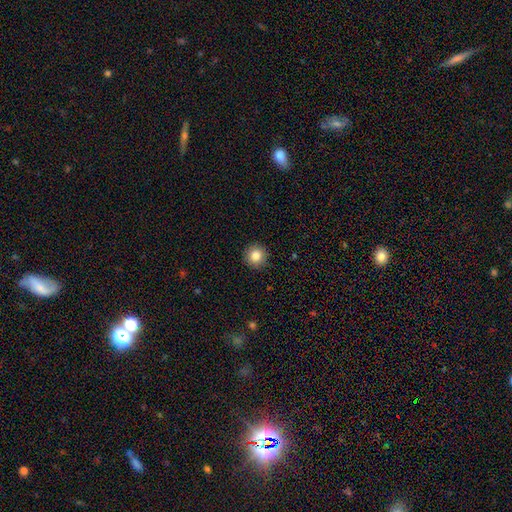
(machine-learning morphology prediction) Smooth or featured?
  - smooth: 84% *
  - star or artifact: 10%
  - featured or disk: 6%
How rounded?
  - round: 94% *
  - in between: 5%
  - cigar-shaped: 1%
Merging?
  - none: 91% *
  - minor disturbance: 6%
  - major disturbance: 2%
  - merger: 1%